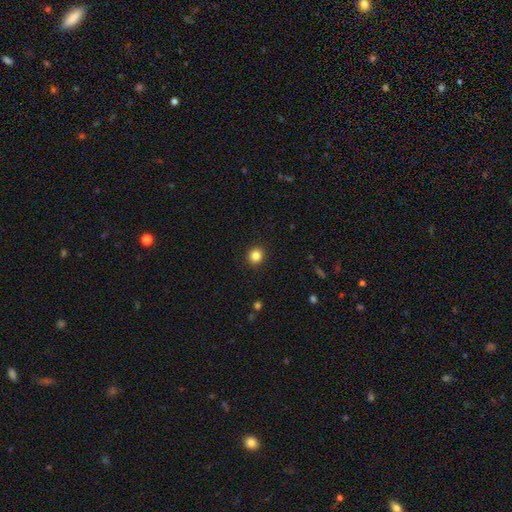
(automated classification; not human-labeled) Smooth or featured: smooth — 85% (star or artifact — 11%)
How rounded: round — 90% (in between — 9%)
Merging: none — 92% (minor disturbance — 5%)